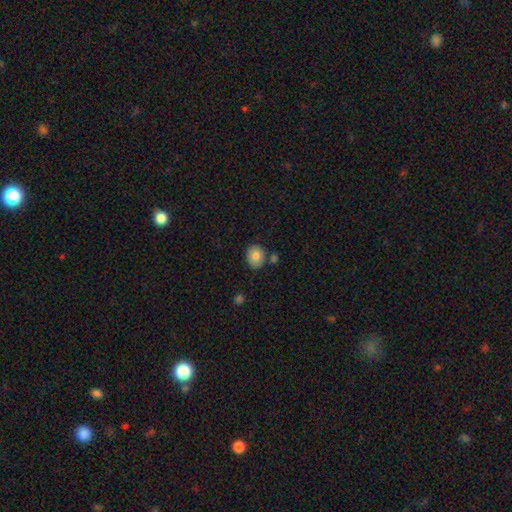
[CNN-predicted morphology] Smooth or featured? Predicted: smooth (p=0.79). How rounded? Predicted: round (p=0.62). Merging? Predicted: none (p=0.75).